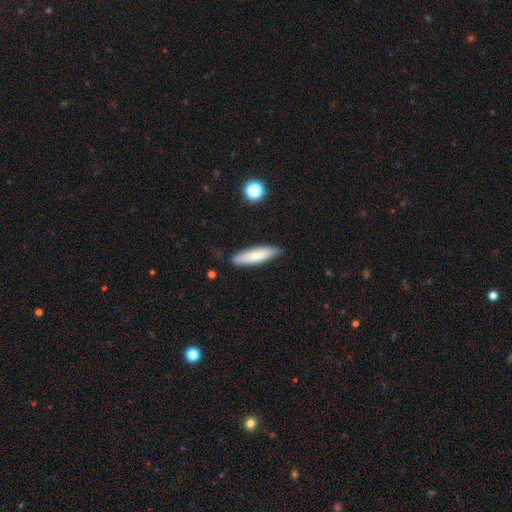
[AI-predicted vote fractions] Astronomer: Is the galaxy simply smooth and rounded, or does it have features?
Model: smooth — 78%.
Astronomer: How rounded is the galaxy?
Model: cigar-shaped — 68%.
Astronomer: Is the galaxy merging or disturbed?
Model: none — 86%.